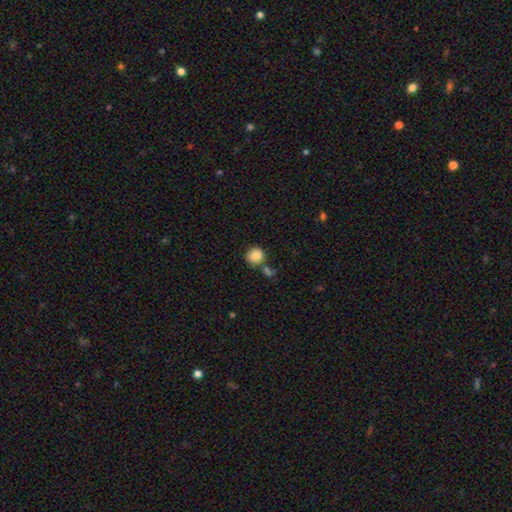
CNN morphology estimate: smooth-or-featured: smooth: 87% | star or artifact: 9% | featured or disk: 4%
  how-rounded: round: 84% | in between: 15% | cigar-shaped: 1%
  merging: none: 68% | merger: 16% | minor disturbance: 12% | major disturbance: 4%